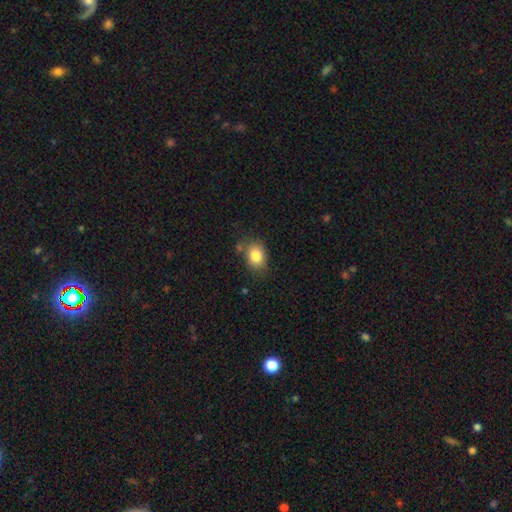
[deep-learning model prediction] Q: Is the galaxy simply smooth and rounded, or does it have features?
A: smooth — 84%.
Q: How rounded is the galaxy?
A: in between — 60%.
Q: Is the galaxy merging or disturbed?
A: none — 72%.